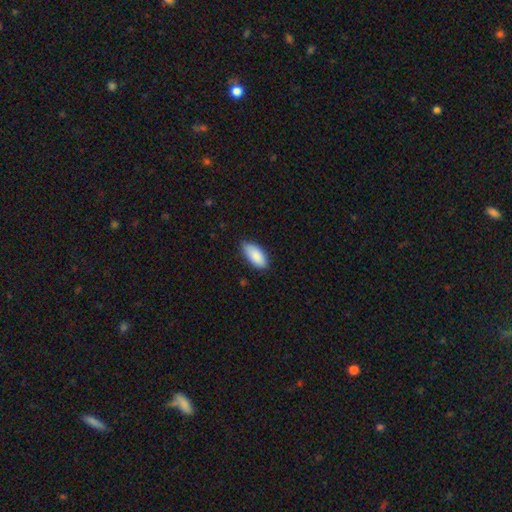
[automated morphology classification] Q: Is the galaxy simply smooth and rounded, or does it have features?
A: smooth — 87%.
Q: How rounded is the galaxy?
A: in between — 90%.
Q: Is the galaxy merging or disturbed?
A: none — 78%.